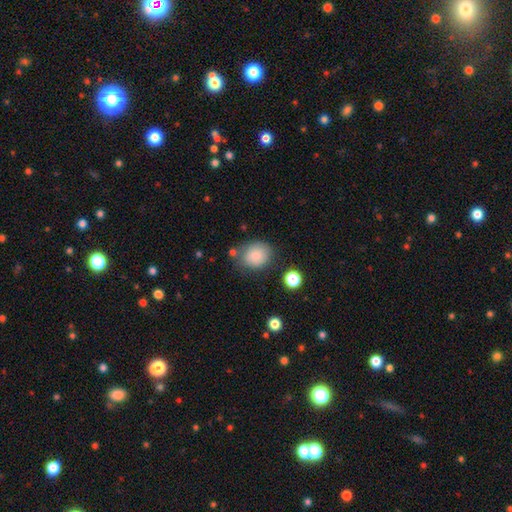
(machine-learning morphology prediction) type=smooth (85%); roundness=round (64%); merging=none (72%).